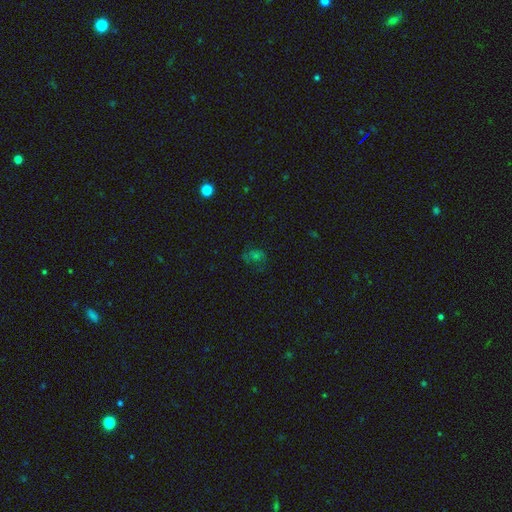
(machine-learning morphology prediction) type=smooth (42%); merging=none (62%).